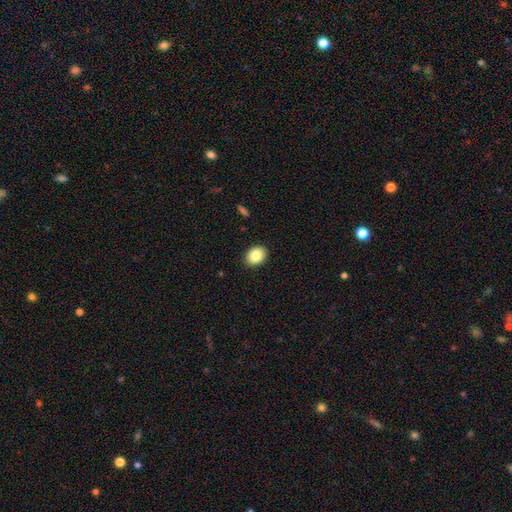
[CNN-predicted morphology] smooth 85%, star or artifact 8%, featured or disk 7%. Down the decision tree: how rounded — in between (65%); merging — none (89%).